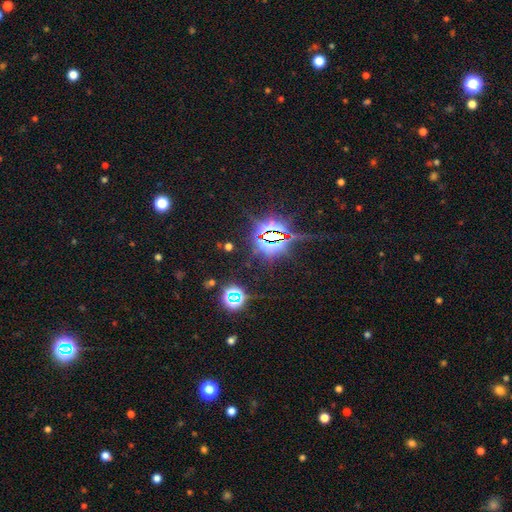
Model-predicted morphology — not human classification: Smooth or featured? Predicted: star or artifact (p=0.83).